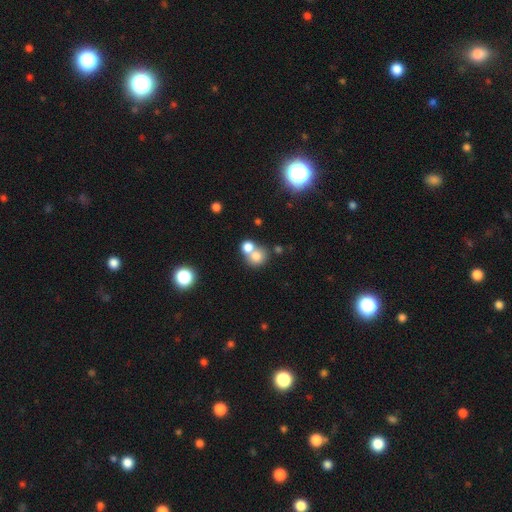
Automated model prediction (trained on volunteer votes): Smooth or featured?
  - smooth: 76% *
  - featured or disk: 12%
  - star or artifact: 12%
How rounded?
  - round: 81% *
  - in between: 18%
  - cigar-shaped: 1%
Merging?
  - merger: 53% *
  - none: 37%
  - minor disturbance: 6%
  - major disturbance: 3%